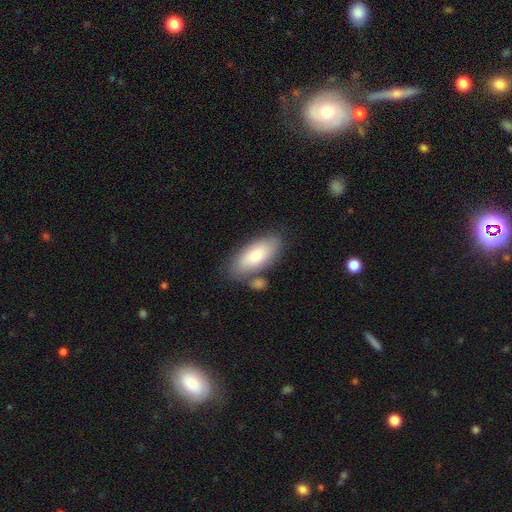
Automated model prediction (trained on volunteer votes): Smooth or featured?
  - smooth: 80% *
  - featured or disk: 14%
  - star or artifact: 6%
How rounded?
  - in between: 87% *
  - cigar-shaped: 11%
  - round: 2%
Merging?
  - none: 66% *
  - minor disturbance: 16%
  - merger: 14%
  - major disturbance: 5%